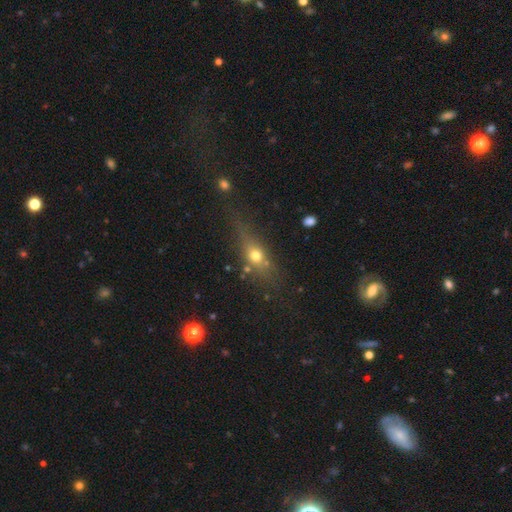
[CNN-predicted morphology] Q: Smooth or featured?
A: smooth (54%); runner-up: featured or disk (29%)
Q: How rounded?
A: in between (45%); runner-up: cigar-shaped (31%)
Q: Merging?
A: none (59%); runner-up: minor disturbance (20%)